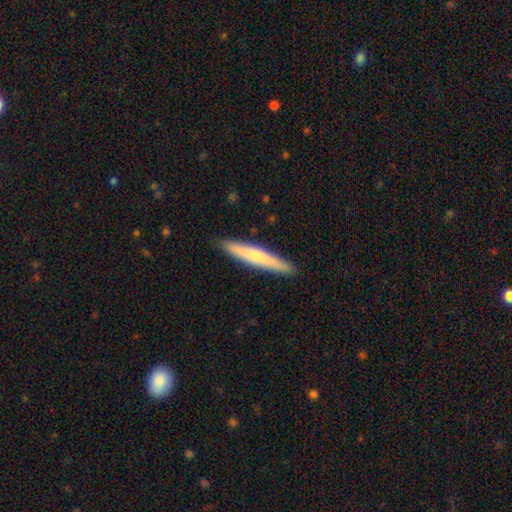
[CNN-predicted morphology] Smooth or featured: smooth — 60% (featured or disk — 35%)
How rounded: cigar-shaped — 94% (in between — 5%)
Merging: none — 90% (minor disturbance — 7%)